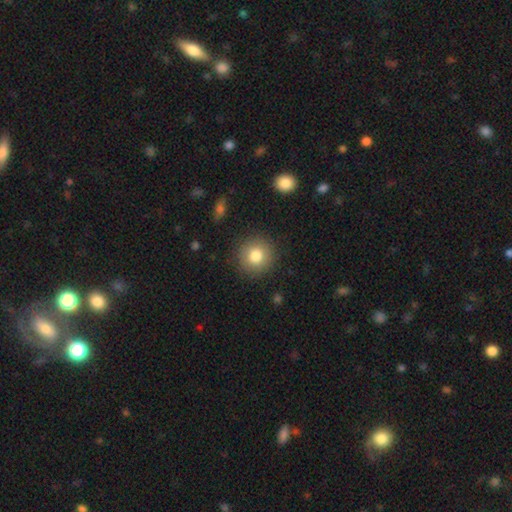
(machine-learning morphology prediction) Smooth or featured?
  - smooth: 81% *
  - star or artifact: 9%
  - featured or disk: 9%
How rounded?
  - round: 93% *
  - in between: 7%
  - cigar-shaped: 1%
Merging?
  - none: 89% *
  - minor disturbance: 7%
  - major disturbance: 3%
  - merger: 1%